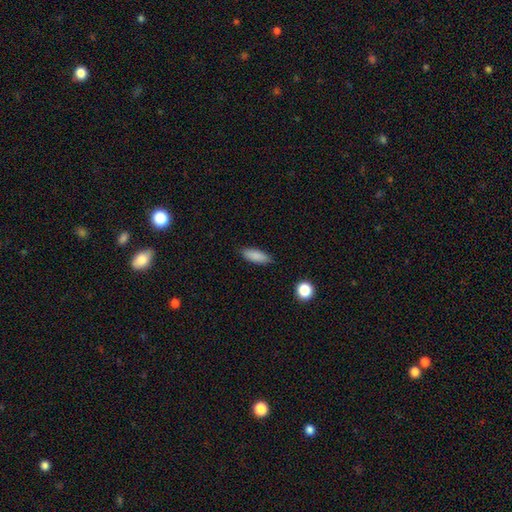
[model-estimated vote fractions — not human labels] Q: Smooth or featured?
A: smooth (86%); runner-up: star or artifact (8%)
Q: How rounded?
A: in between (67%); runner-up: cigar-shaped (30%)
Q: Merging?
A: none (84%); runner-up: minor disturbance (12%)